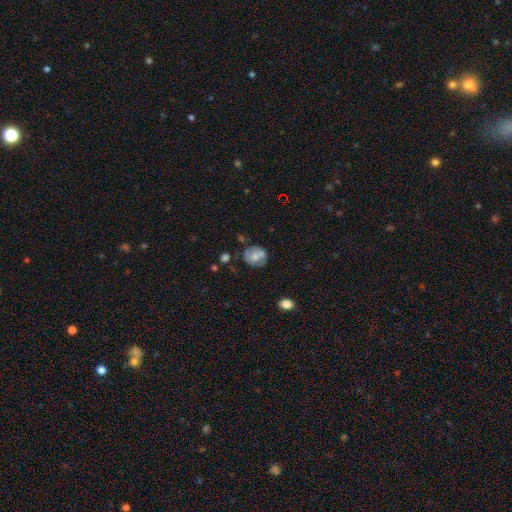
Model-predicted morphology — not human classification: Smooth or featured?
  - smooth: 55% *
  - featured or disk: 37%
  - star or artifact: 8%
How rounded?
  - round: 74% *
  - in between: 25%
  - cigar-shaped: 1%
Merging?
  - none: 62% *
  - minor disturbance: 24%
  - major disturbance: 8%
  - merger: 6%